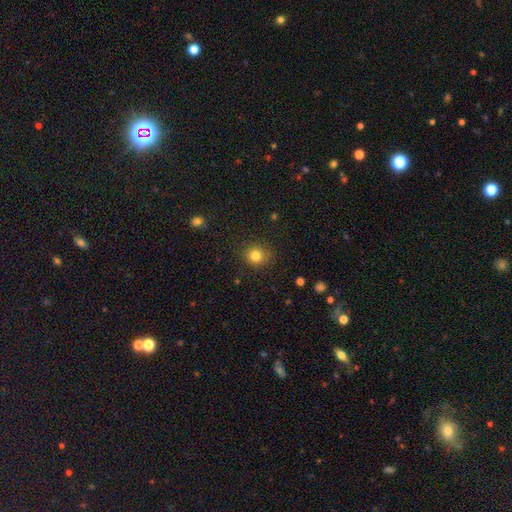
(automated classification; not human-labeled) Morphology: type=smooth (82%); roundness=round (84%); merging=none (86%).